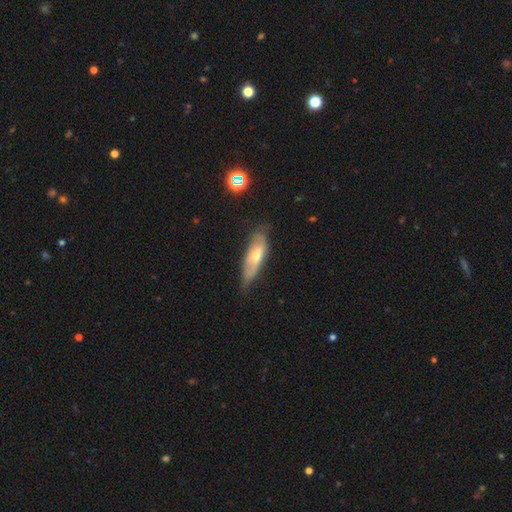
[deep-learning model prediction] This is possibly a featured or disk galaxy (47%). Merging: likely none (61%).